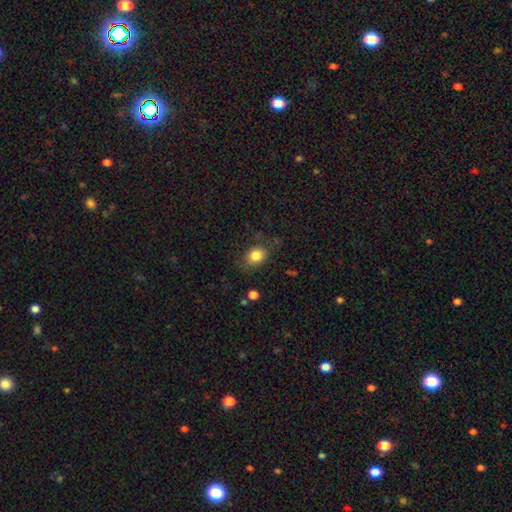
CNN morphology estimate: Overall: smooth (83%). How rounded: in between (55%; round 44%). Merging: none (72%).